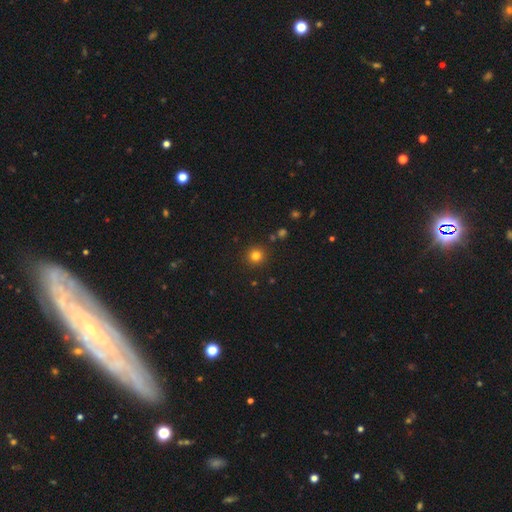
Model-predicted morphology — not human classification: A smooth galaxy with no disk features (79%) that is round (94%).

Vote fractions:
- Smooth or featured? smooth: 79% / star or artifact: 15% / featured or disk: 6%
- How rounded? round: 94% / in between: 5% / cigar-shaped: 1%
- Merging? none: 89% / minor disturbance: 6% / merger: 3% / major disturbance: 2%